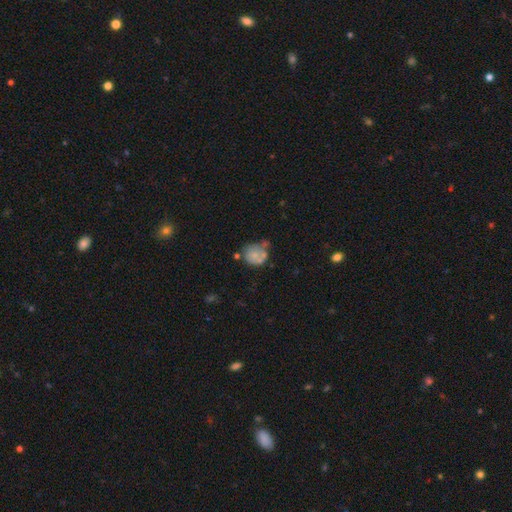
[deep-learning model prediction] Morphology: type=smooth (57%); roundness=round (73%); merging=none (39%).